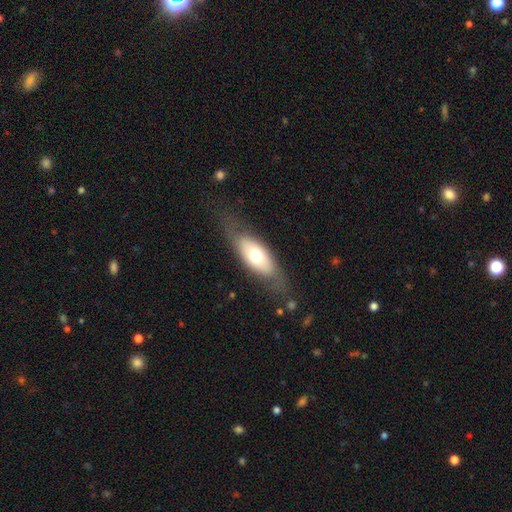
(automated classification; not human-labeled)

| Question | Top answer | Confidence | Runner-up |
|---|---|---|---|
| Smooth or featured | smooth | 57% | featured or disk (36%) |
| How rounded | in between | 79% | cigar-shaped (17%) |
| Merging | none | 68% | minor disturbance (19%) |